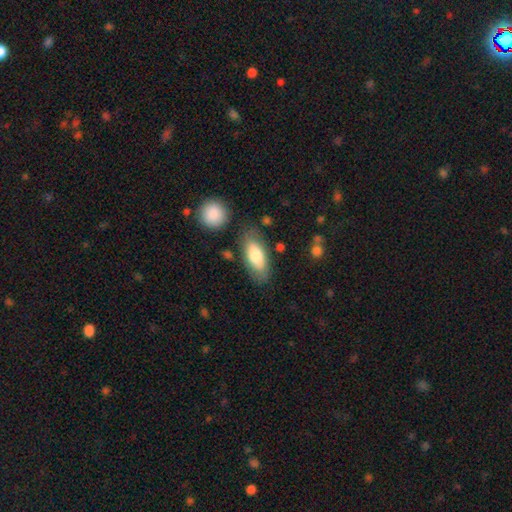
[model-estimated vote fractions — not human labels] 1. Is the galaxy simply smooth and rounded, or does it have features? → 74% smooth, 20% featured or disk, 6% star or artifact.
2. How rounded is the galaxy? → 85% in between, 12% cigar-shaped, 3% round.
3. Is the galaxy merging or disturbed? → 75% none, 16% minor disturbance, 5% merger, 5% major disturbance.